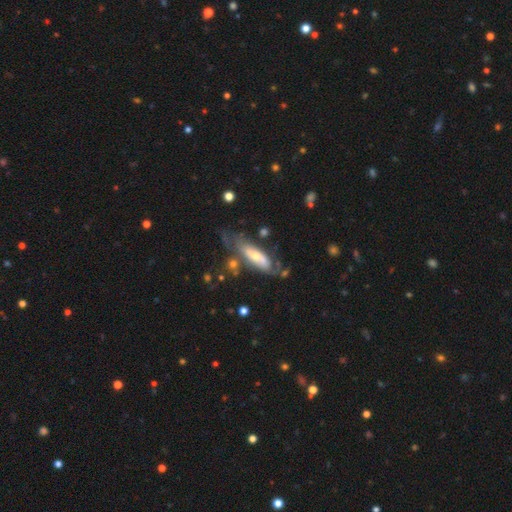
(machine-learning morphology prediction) This is possibly a featured or disk galaxy (59%). It is likely not viewed edge-on (73%). Merging: marginally none (44%).